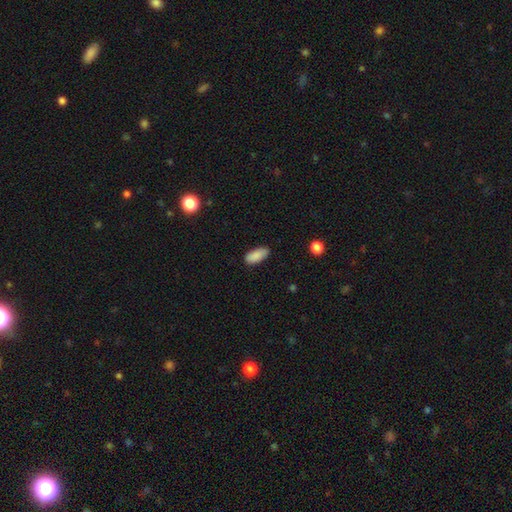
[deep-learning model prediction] A smooth galaxy with no disk features (89%) that is in between round and cigar-shaped (88%).

Vote fractions:
- Smooth or featured? smooth: 89% / star or artifact: 7% / featured or disk: 4%
- How rounded? in between: 88% / cigar-shaped: 10% / round: 2%
- Merging? none: 82% / minor disturbance: 14% / major disturbance: 2% / merger: 1%